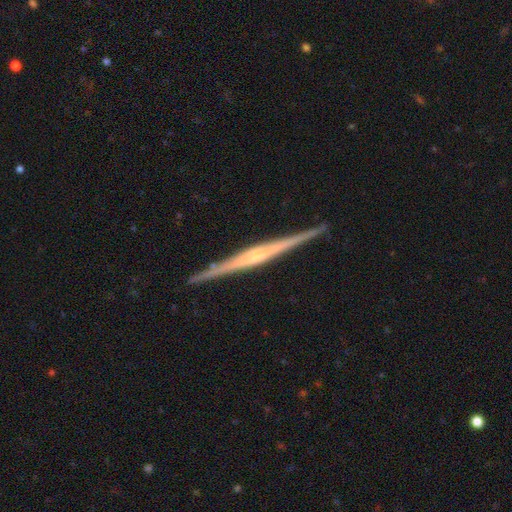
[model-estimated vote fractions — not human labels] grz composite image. It shows a featured or disk galaxy (83%) viewed edge-on (99%) with a rounded central bulge (49%). Merging: none (91%).